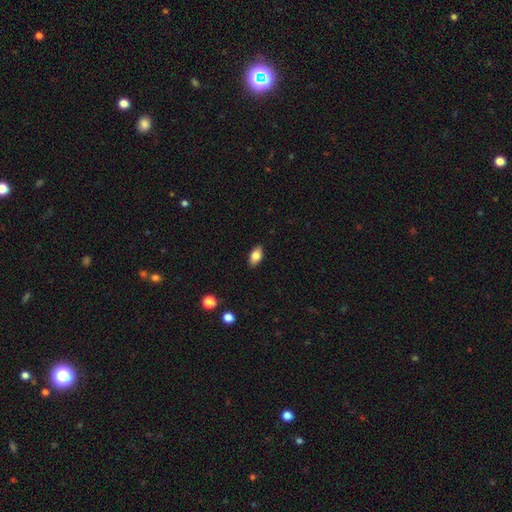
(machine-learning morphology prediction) Overall: smooth (82%). How rounded: in between (91%). Merging: none (88%).